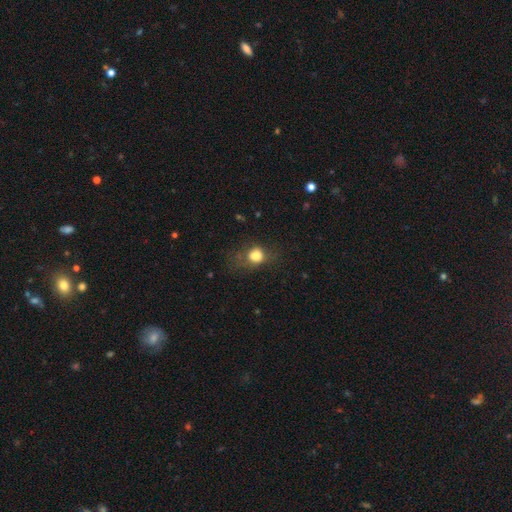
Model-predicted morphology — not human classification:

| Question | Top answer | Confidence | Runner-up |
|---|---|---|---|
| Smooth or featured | smooth | 78% | star or artifact (11%) |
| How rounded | round | 56% | in between (43%) |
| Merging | none | 46% | minor disturbance (26%) |